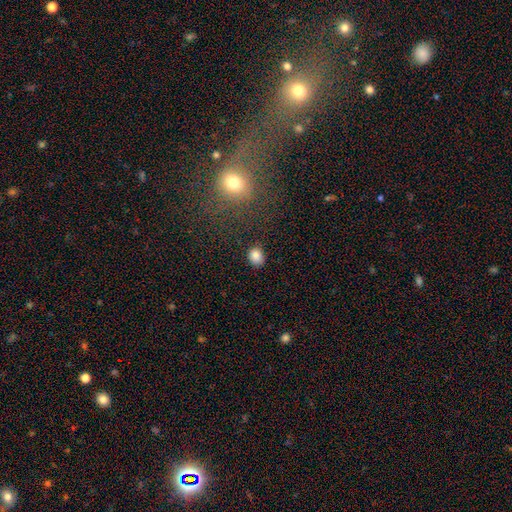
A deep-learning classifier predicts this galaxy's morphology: A smooth galaxy with no disk features (84%) that is round (66%).

Vote fractions:
- Smooth or featured? smooth: 84% / star or artifact: 11% / featured or disk: 5%
- How rounded? round: 66% / in between: 33% / cigar-shaped: 1%
- Merging? none: 85% / minor disturbance: 10% / major disturbance: 3% / merger: 2%